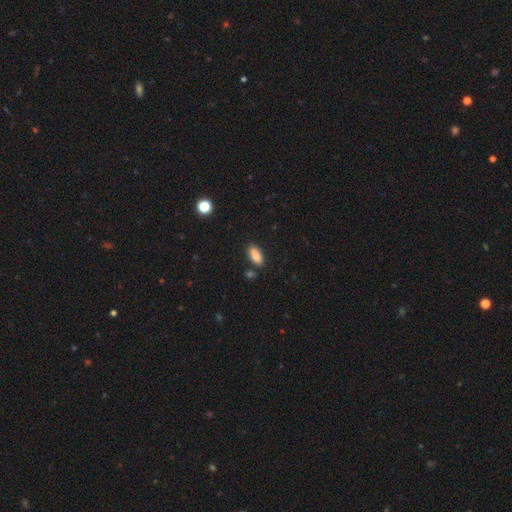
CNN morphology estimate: A smooth galaxy with no disk features (88%) that is in between round and cigar-shaped (85%).

Vote fractions:
- Smooth or featured? smooth: 88% / star or artifact: 8% / featured or disk: 4%
- How rounded? in between: 85% / cigar-shaped: 12% / round: 3%
- Merging? none: 82% / minor disturbance: 11% / merger: 5% / major disturbance: 3%